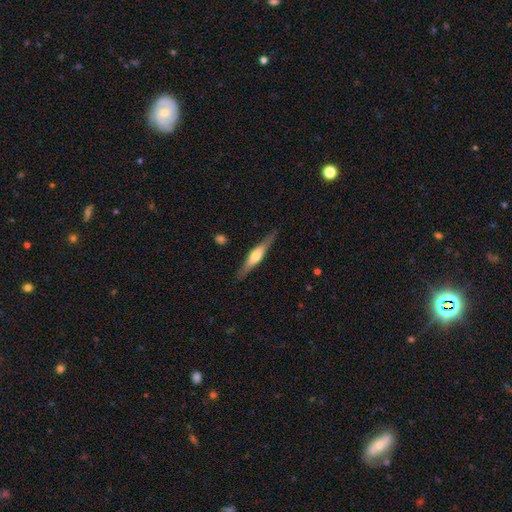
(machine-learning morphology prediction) Smooth or featured?
  - featured or disk: 58% *
  - smooth: 36%
  - star or artifact: 6%
Edge-on disk?
  - yes: 94% *
  - no: 6%
Edge-on bulge?
  - rounded: 82% *
  - boxy: 11%
  - none: 6%
Merging?
  - none: 86% *
  - minor disturbance: 10%
  - major disturbance: 2%
  - merger: 1%